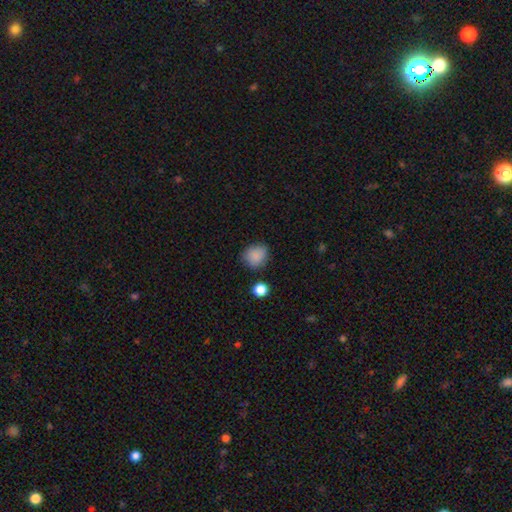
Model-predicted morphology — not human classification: smooth_or_featured: smooth (p=0.87) [alt: star or artifact p=0.09]
how_rounded: round (p=0.74) [alt: in between p=0.26]
merging: none (p=0.81) [alt: minor disturbance p=0.13]